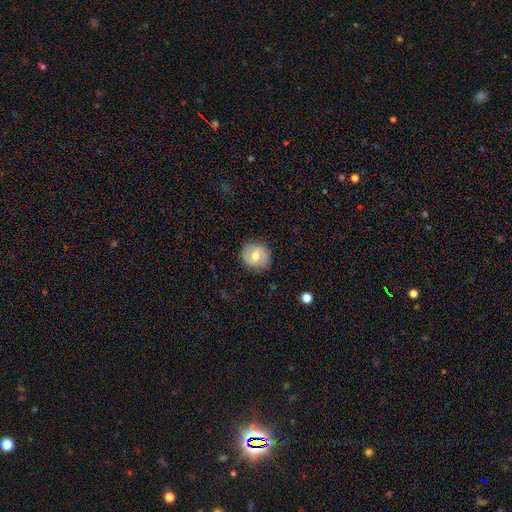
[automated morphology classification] type=smooth (59%); roundness=round (86%); merging=none (86%).